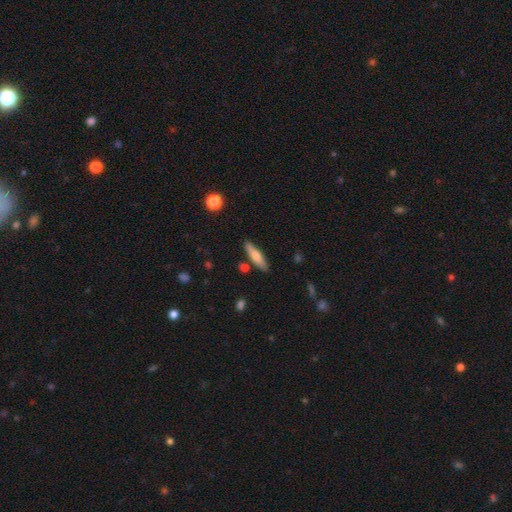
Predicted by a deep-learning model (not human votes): Smooth or featured? smooth (67%)
How rounded? cigar-shaped (71%)
Merging? none (83%)